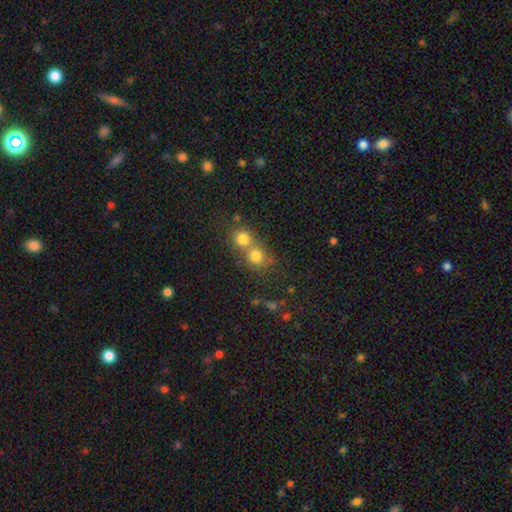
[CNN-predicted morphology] Q: Smooth or featured?
A: smooth (75%); runner-up: star or artifact (14%)
Q: How rounded?
A: round (82%); runner-up: in between (17%)
Q: Merging?
A: merger (55%); runner-up: none (36%)